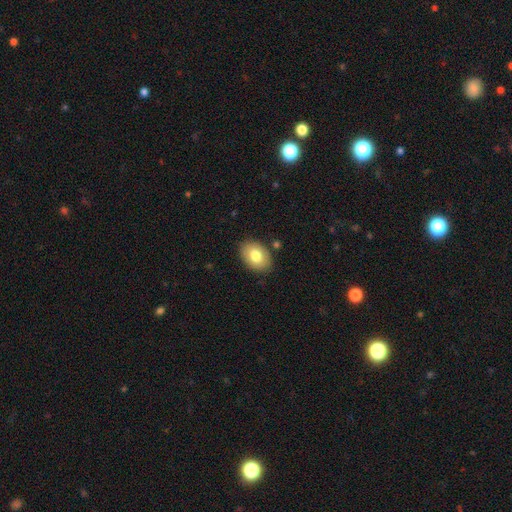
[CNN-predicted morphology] Overall: smooth (78%). How rounded: in between (83%). Merging: none (85%).